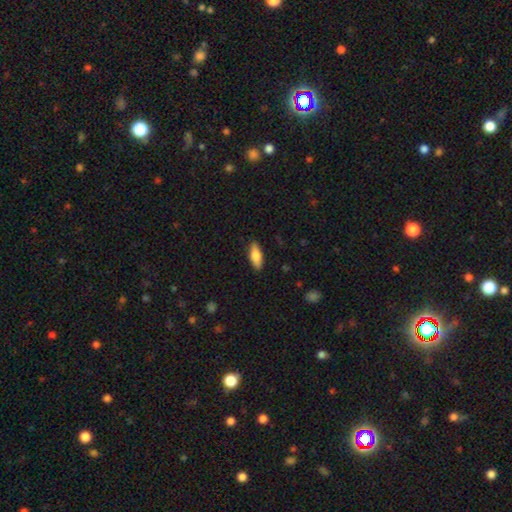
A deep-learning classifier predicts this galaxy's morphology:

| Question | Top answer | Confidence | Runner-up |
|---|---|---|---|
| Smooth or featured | smooth | 79% | featured or disk (15%) |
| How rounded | in between | 71% | cigar-shaped (27%) |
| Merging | none | 88% | minor disturbance (9%) |